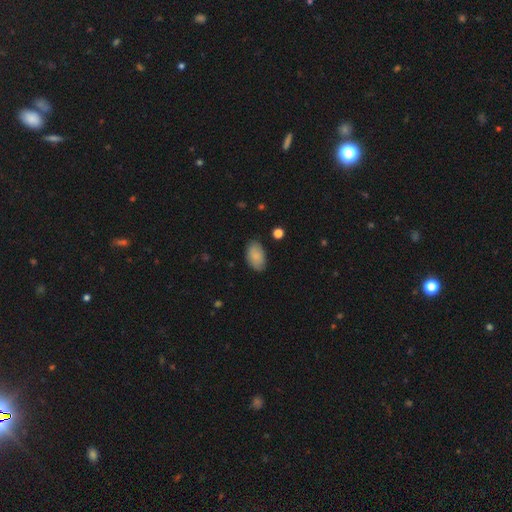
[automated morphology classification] Q: Smooth or featured?
A: smooth (83%); runner-up: featured or disk (10%)
Q: How rounded?
A: in between (93%); runner-up: round (5%)
Q: Merging?
A: none (82%); runner-up: minor disturbance (14%)